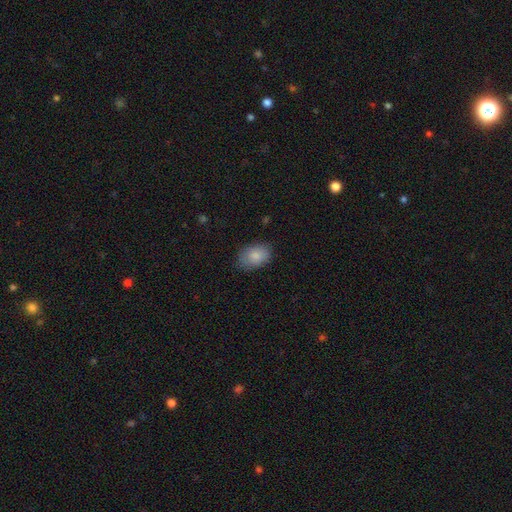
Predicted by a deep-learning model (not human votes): Morphology: type=smooth (86%); roundness=in between (85%); merging=none (80%).